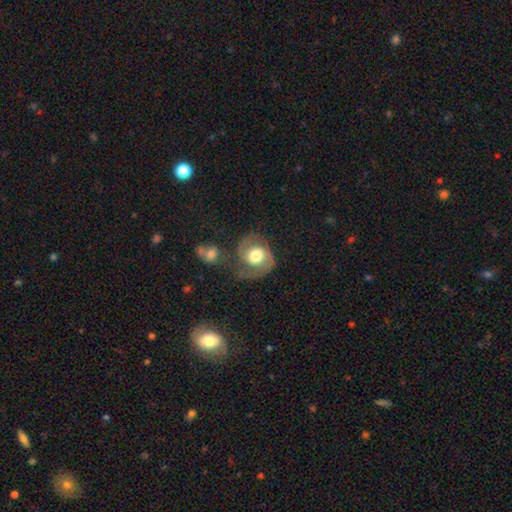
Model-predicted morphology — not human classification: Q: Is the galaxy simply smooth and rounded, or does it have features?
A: featured or disk — 72%.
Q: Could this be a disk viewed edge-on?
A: no — 98%.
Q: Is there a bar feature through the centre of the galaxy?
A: no — 68%.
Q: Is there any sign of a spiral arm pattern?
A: yes — 89%.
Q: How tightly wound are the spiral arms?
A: medium — 50%.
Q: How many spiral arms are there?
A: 2 — 83%.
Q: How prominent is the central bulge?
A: moderate — 48%.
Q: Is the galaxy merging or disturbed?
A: none — 52%.